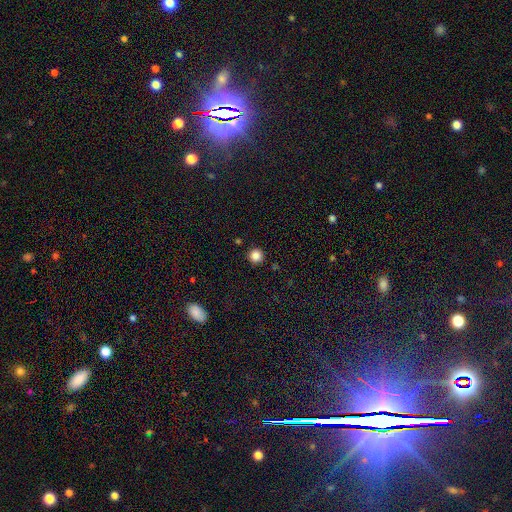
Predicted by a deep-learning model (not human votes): This is clearly a smooth galaxy (85%). How rounded: clearly round (96%). Merging: clearly none (92%).